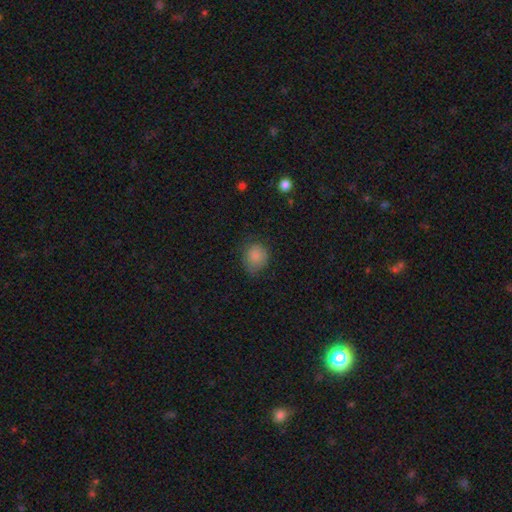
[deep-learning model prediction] Q: Smooth or featured?
A: smooth (84%); runner-up: star or artifact (9%)
Q: How rounded?
A: round (73%); runner-up: in between (26%)
Q: Merging?
A: none (64%); runner-up: minor disturbance (27%)